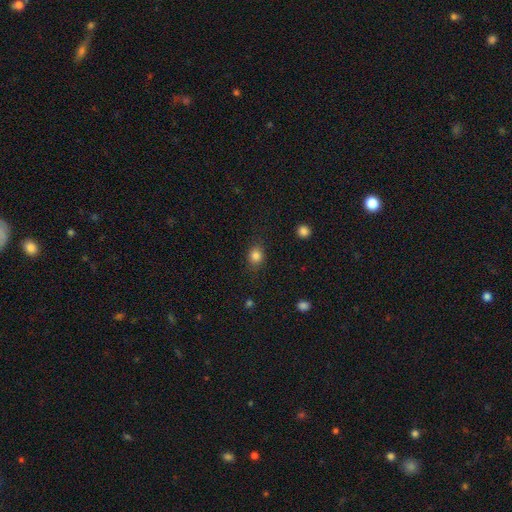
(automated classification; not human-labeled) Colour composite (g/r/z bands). It shows a smooth galaxy with no disk features (84%) that is round (64%). Merging: none (82%).